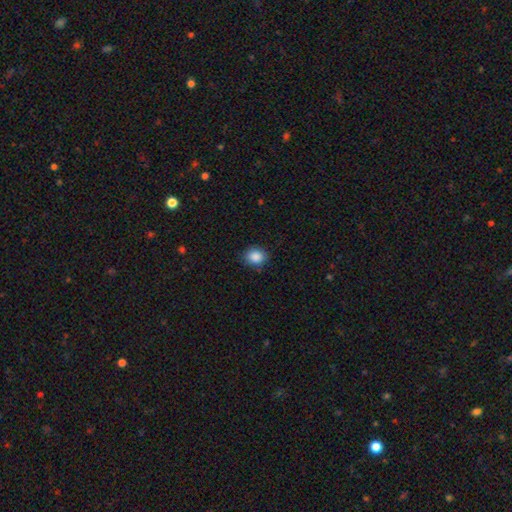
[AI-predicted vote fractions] Smooth or featured: smooth — 88% (star or artifact — 9%)
How rounded: round — 59% (in between — 40%)
Merging: none — 85% (minor disturbance — 11%)